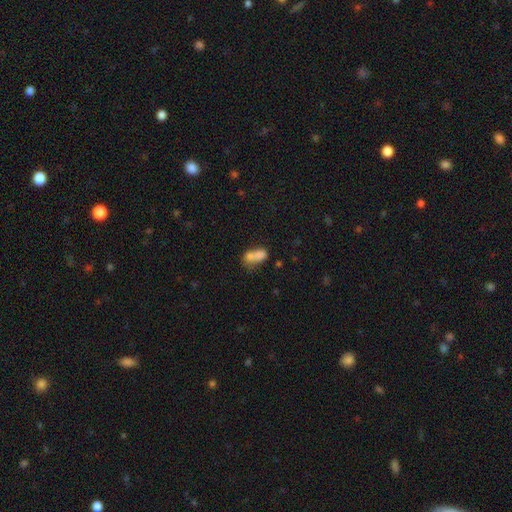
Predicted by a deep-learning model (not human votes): A smooth galaxy with no disk features (73%) that is in between round and cigar-shaped (69%).

Vote fractions:
- Smooth or featured? smooth: 73% / featured or disk: 17% / star or artifact: 11%
- How rounded? in between: 69% / round: 28% / cigar-shaped: 3%
- Merging? merger: 66% / none: 20% / minor disturbance: 8% / major disturbance: 6%